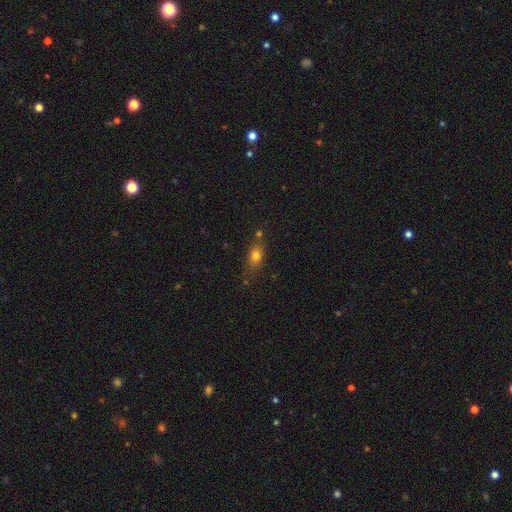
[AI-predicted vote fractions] Smooth or featured? smooth (74%)
How rounded? in between (67%)
Merging? none (68%)